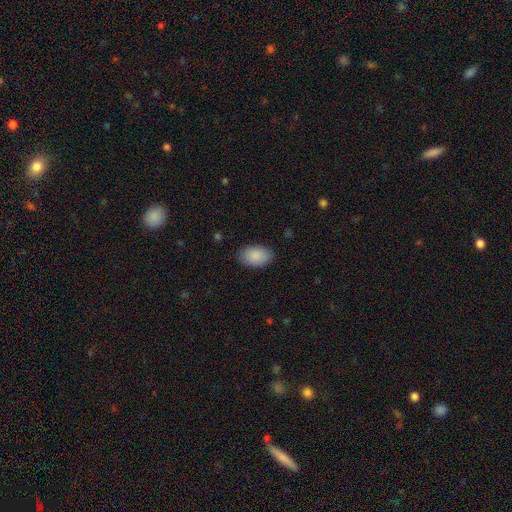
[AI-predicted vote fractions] Smooth or featured?
  - smooth: 89% *
  - star or artifact: 6%
  - featured or disk: 5%
How rounded?
  - in between: 93% *
  - round: 6%
  - cigar-shaped: 1%
Merging?
  - none: 86% *
  - minor disturbance: 10%
  - major disturbance: 2%
  - merger: 1%